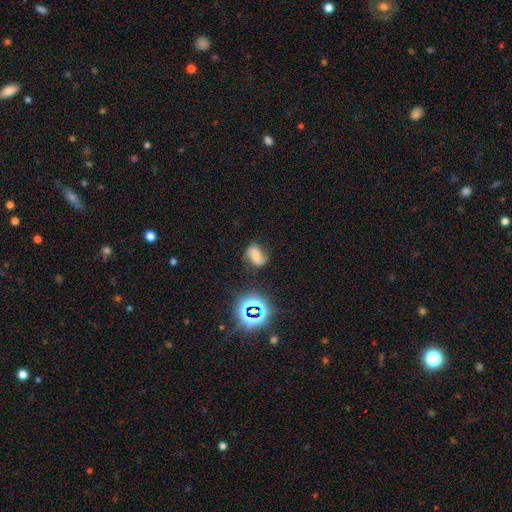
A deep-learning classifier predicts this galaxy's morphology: Smooth or featured?
  - featured or disk: 44% *
  - smooth: 36%
  - star or artifact: 20%
Merging?
  - none: 64% *
  - minor disturbance: 23%
  - major disturbance: 10%
  - merger: 3%